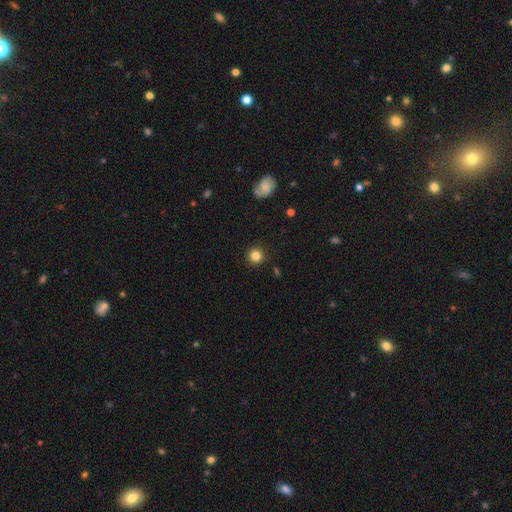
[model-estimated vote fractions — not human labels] smooth_or_featured: smooth (p=0.83) [alt: star or artifact p=0.11]
how_rounded: round (p=0.94) [alt: in between p=0.05]
merging: none (p=0.90) [alt: minor disturbance p=0.06]